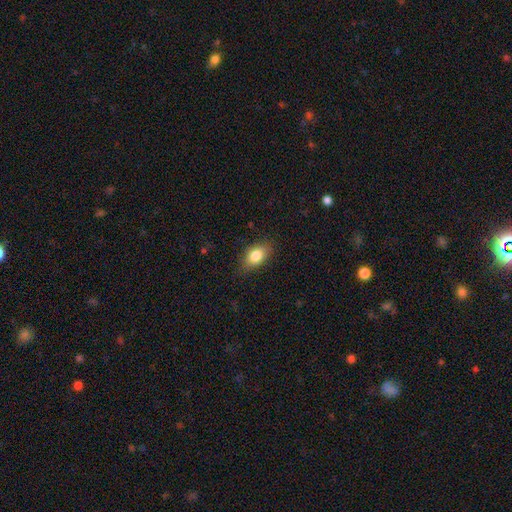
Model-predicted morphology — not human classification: Smooth or featured? Predicted: smooth (p=0.82). How rounded? Predicted: in between (p=0.86). Merging? Predicted: none (p=0.82).